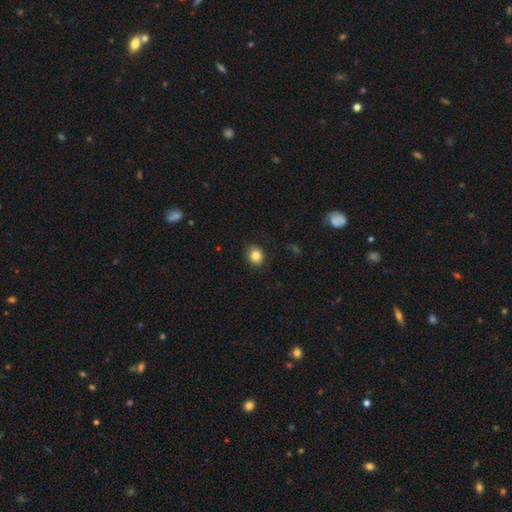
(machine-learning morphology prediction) Q: Smooth or featured?
A: smooth (84%); runner-up: star or artifact (10%)
Q: How rounded?
A: round (73%); runner-up: in between (26%)
Q: Merging?
A: none (85%); runner-up: minor disturbance (11%)